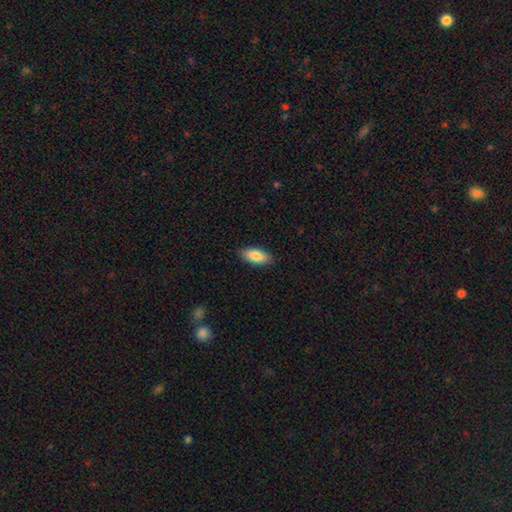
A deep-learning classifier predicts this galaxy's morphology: A smooth galaxy with no disk features (86%) that is in between round and cigar-shaped (87%).

Vote fractions:
- Smooth or featured? smooth: 86% / featured or disk: 8% / star or artifact: 6%
- How rounded? in between: 87% / cigar-shaped: 11% / round: 2%
- Merging? none: 88% / minor disturbance: 9% / major disturbance: 2% / merger: 1%